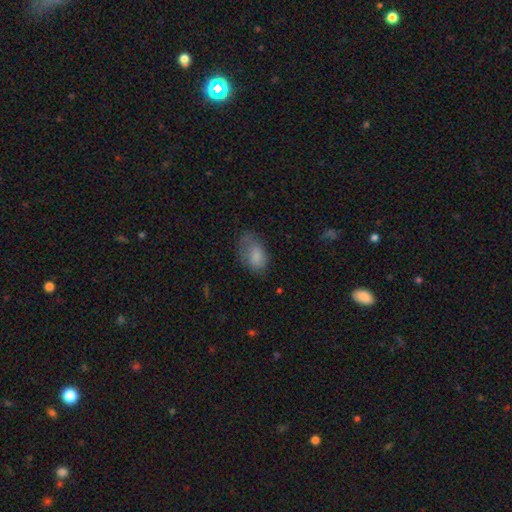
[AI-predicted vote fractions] The model was most divided on "merging": none: 45%, minor disturbance: 32%, major disturbance: 21%, merger: 2%. More confident: how rounded — in between (88%); smooth or featured — smooth (78%).